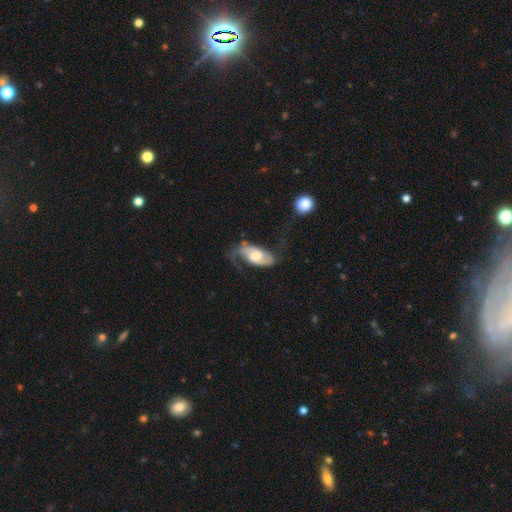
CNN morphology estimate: smooth_or_featured: featured or disk (p=0.76) [alt: smooth p=0.18]
disk_edge_on: no (p=0.95) [alt: yes p=0.05]
bar: weak (p=0.46) [alt: no p=0.38]
has_spiral_arms: yes (p=0.93) [alt: no p=0.07]
spiral_winding: medium (p=0.42) [alt: loose p=0.40]
spiral_arm_count: 2 (p=0.86) [alt: can't tell p=0.06]
bulge_size: moderate (p=0.52) [alt: small p=0.26]
merging: none (p=0.49) [alt: major disturbance p=0.24]